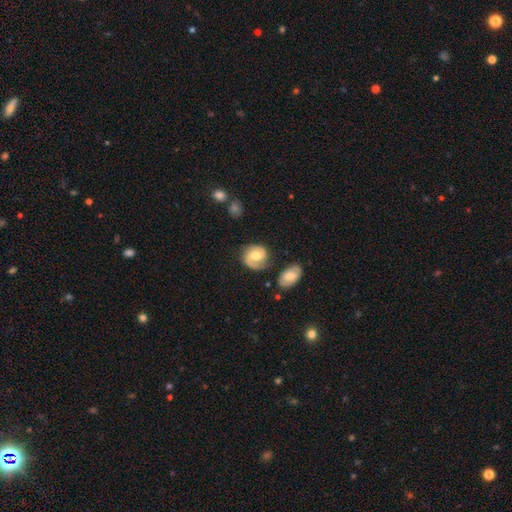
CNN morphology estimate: The model was most divided on "spiral winding": medium: 46%, tight: 37%, loose: 17%. More confident: edge-on disk — no (97%); spiral arms — yes (90%); spiral arm count — 2 (78%); bulge size — moderate (75%); merging — none (74%); smooth or featured — featured or disk (68%); bar — no (54%).